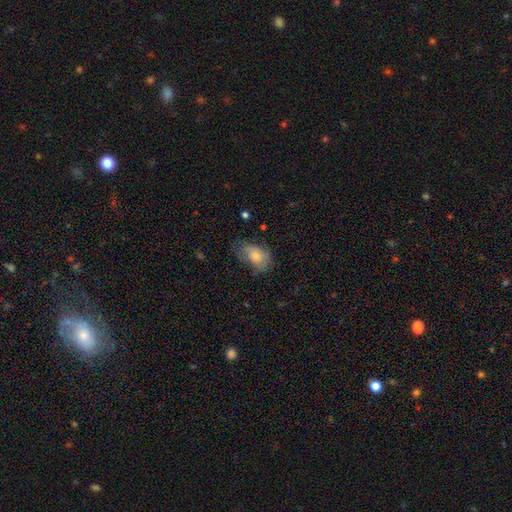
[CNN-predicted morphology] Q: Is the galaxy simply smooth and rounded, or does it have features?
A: smooth — 59%.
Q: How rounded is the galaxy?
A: in between — 84%.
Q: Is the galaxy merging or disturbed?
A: none — 54%.